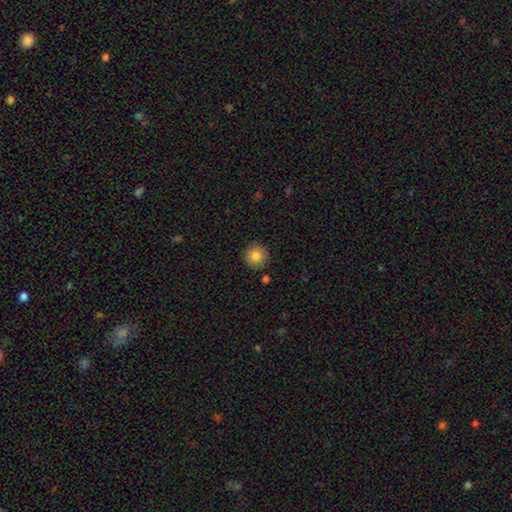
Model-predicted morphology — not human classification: This is clearly a smooth galaxy (85%). How rounded: clearly round (94%). Merging: clearly none (89%).